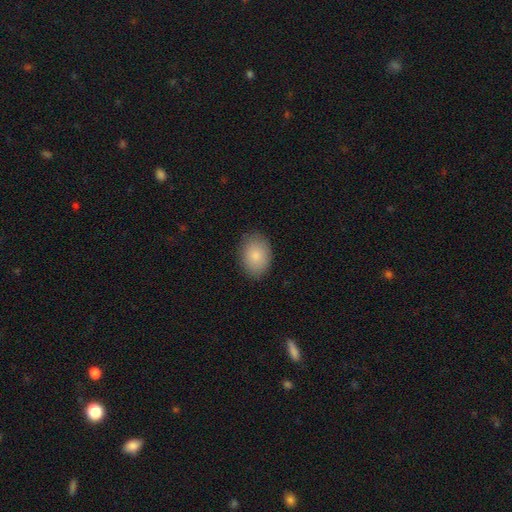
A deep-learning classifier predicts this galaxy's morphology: type=smooth (85%); roundness=in between (78%); merging=none (85%).